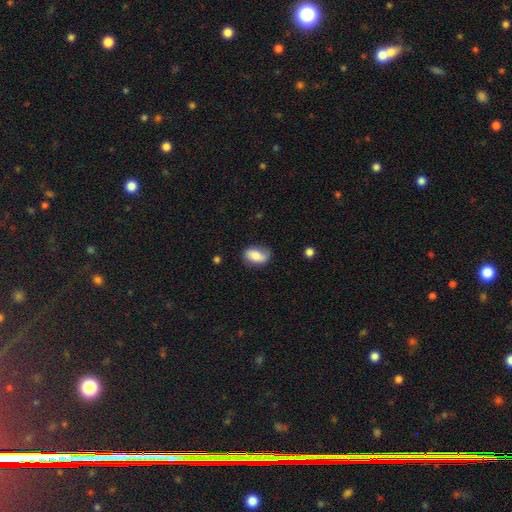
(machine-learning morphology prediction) Smooth or featured?
  - smooth: 71% *
  - featured or disk: 22%
  - star or artifact: 7%
How rounded?
  - in between: 86% *
  - round: 12%
  - cigar-shaped: 2%
Merging?
  - none: 70% *
  - minor disturbance: 23%
  - major disturbance: 6%
  - merger: 2%